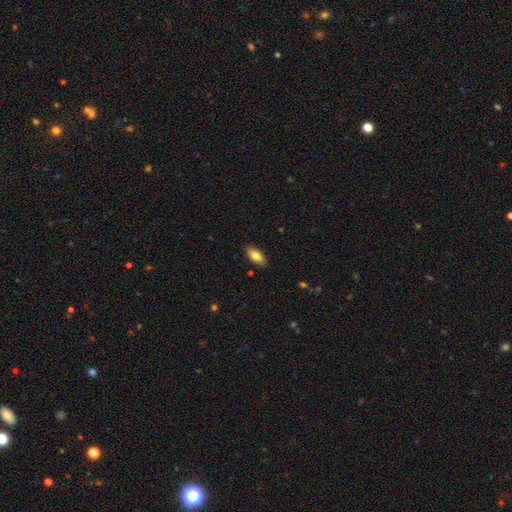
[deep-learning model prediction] Morphology: type=smooth (83%); roundness=in between (88%); merging=none (88%).